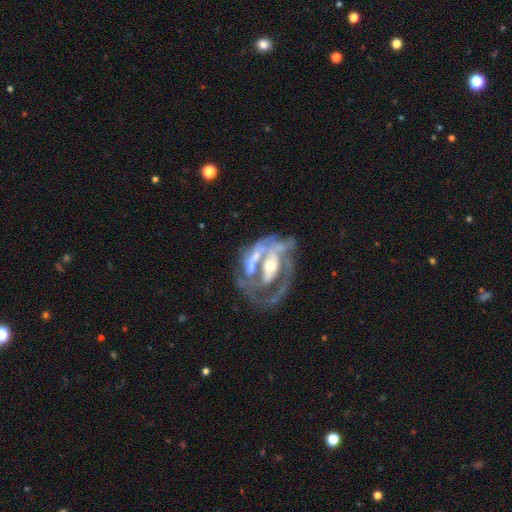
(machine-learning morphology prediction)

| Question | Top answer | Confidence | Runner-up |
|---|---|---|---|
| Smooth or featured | featured or disk | 83% | smooth (10%) |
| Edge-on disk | no | 96% | yes (4%) |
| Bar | no | 44% | weak (28%) |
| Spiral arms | yes | 73% | no (27%) |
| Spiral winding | tight | 45% | medium (37%) |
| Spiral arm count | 2 | 33% | tied: can't tell (33%) |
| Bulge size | moderate | 64% | small (24%) |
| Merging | merger | 32% | major disturbance (29%) |